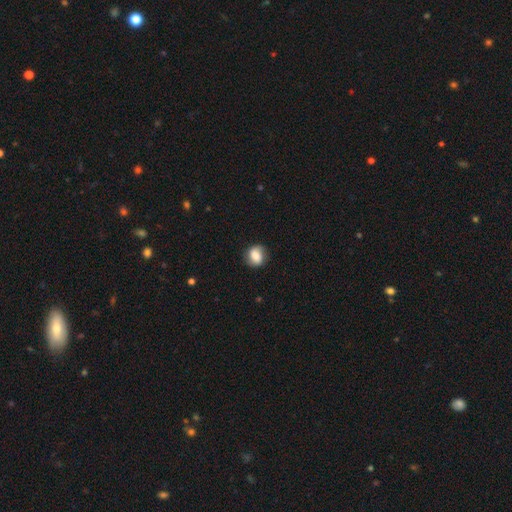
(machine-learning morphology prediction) A smooth galaxy with no disk features (74%) that is round (61%). Merging: none (81%).